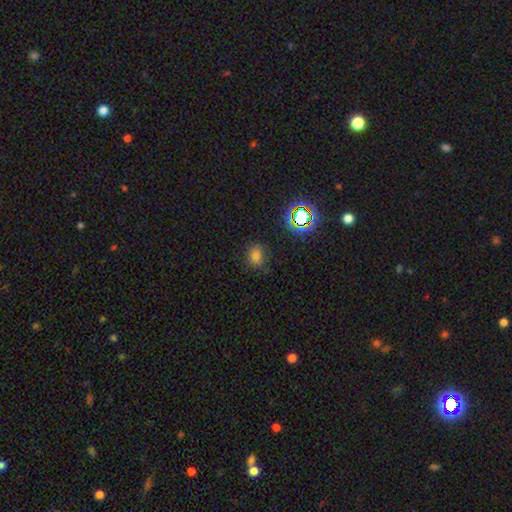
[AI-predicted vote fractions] This is likely a smooth galaxy (71%). How rounded: possibly in between (54%). Merging: likely none (77%).